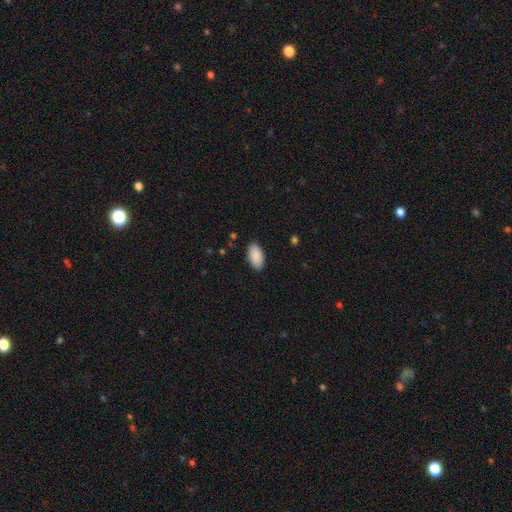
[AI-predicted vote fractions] Overall: smooth (91%). How rounded: in between (95%). Merging: none (89%).